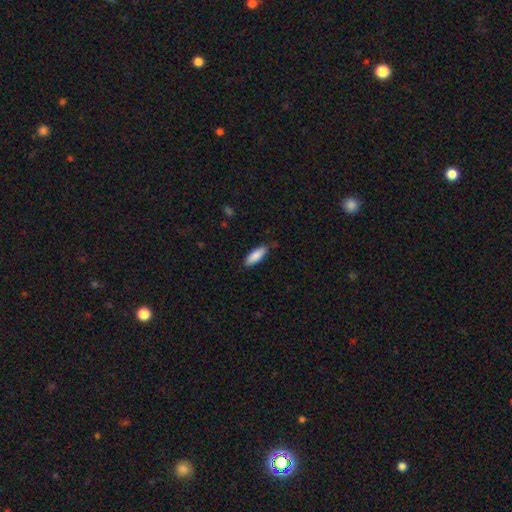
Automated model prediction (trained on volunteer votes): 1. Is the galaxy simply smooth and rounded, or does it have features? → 86% smooth, 8% featured or disk, 6% star or artifact.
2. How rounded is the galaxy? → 64% in between, 35% cigar-shaped, 2% round.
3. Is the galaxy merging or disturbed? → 78% none, 17% minor disturbance, 3% major disturbance, 1% merger.